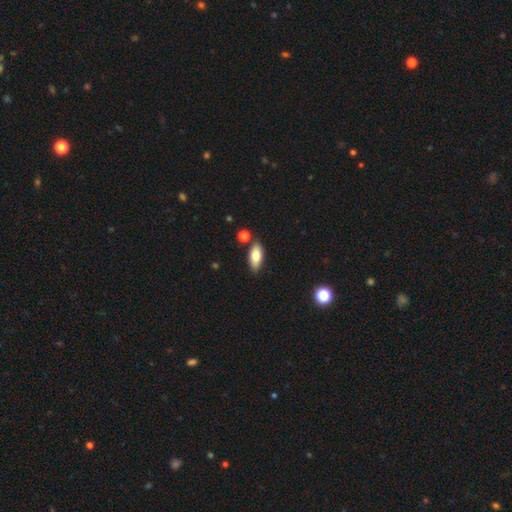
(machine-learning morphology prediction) Overall: smooth (80%). How rounded: in between (84%). Merging: none (80%).